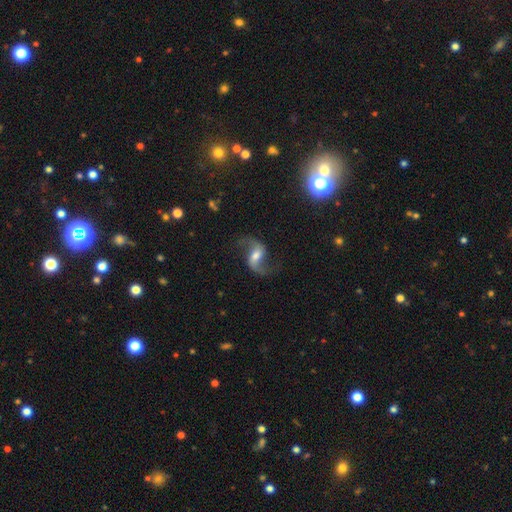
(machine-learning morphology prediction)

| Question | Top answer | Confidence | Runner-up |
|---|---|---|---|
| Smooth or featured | featured or disk | 85% | smooth (8%) |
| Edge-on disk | no | 97% | yes (3%) |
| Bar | weak | 47% | strong (27%) |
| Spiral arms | yes | 96% | no (4%) |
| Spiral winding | loose | 82% | medium (15%) |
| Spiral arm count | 2 | 94% | 1 (2%) |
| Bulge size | moderate | 54% | small (27%) |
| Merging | none | 77% | minor disturbance (13%) |